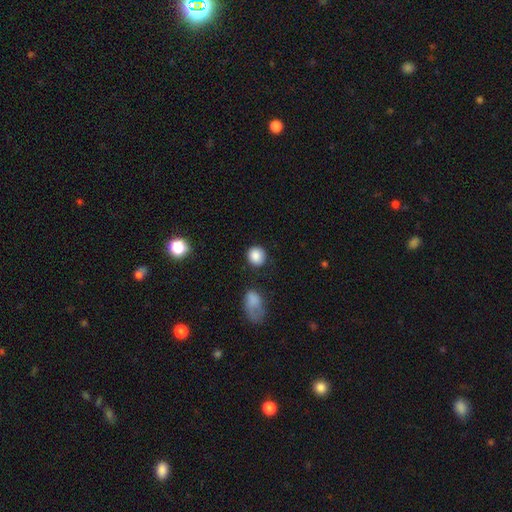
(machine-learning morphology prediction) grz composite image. It shows a smooth galaxy with no disk features (87%) that is round (85%). Merging: none (79%).